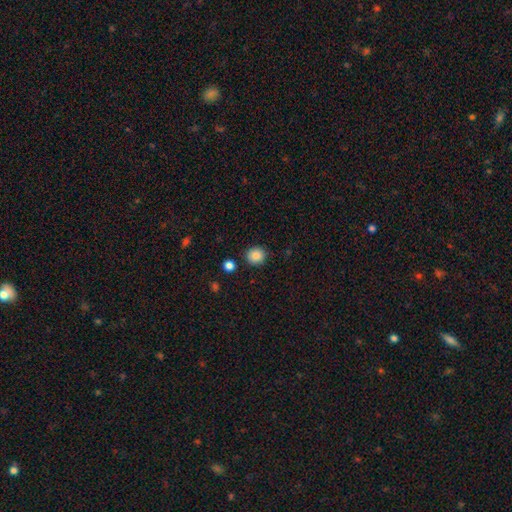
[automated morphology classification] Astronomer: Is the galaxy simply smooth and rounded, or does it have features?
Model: smooth — 87%.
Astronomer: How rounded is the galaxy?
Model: round — 90%.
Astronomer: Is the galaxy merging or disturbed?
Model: none — 89%.